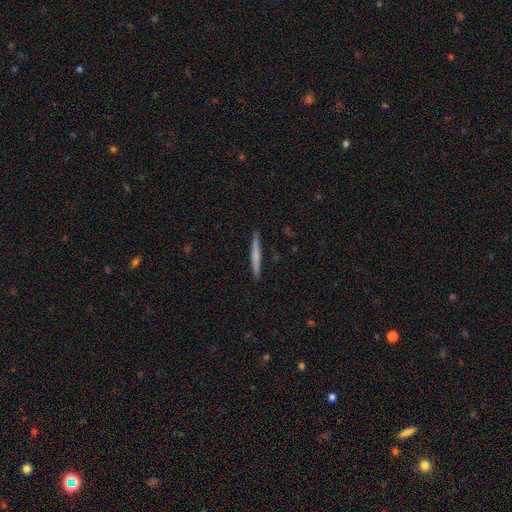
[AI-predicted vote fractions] smooth 59%, featured or disk 35%, star or artifact 6%. Down the decision tree: how rounded — cigar-shaped (96%); merging — none (91%).